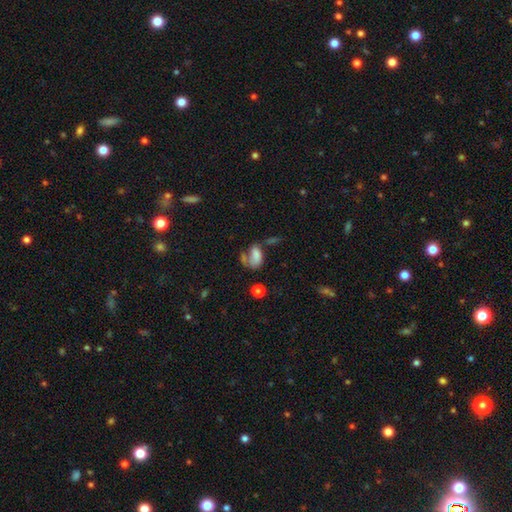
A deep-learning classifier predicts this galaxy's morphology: This is likely a smooth galaxy (70%). How rounded: clearly in between (87%). Merging: marginally merger (27%, tied with none and major disturbance).